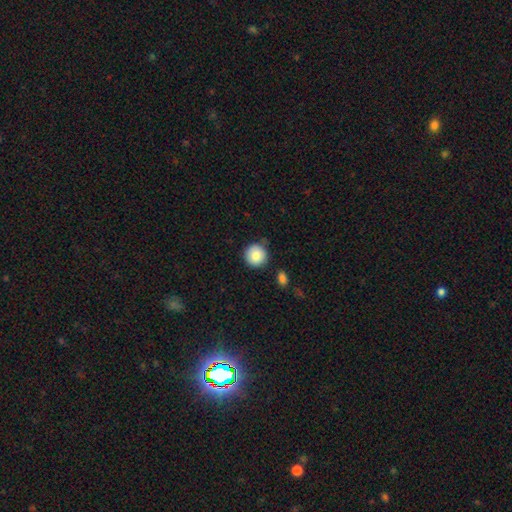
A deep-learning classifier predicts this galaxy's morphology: Smooth or featured: smooth — 84% (star or artifact — 8%)
How rounded: round — 94% (in between — 5%)
Merging: none — 80% (minor disturbance — 13%)